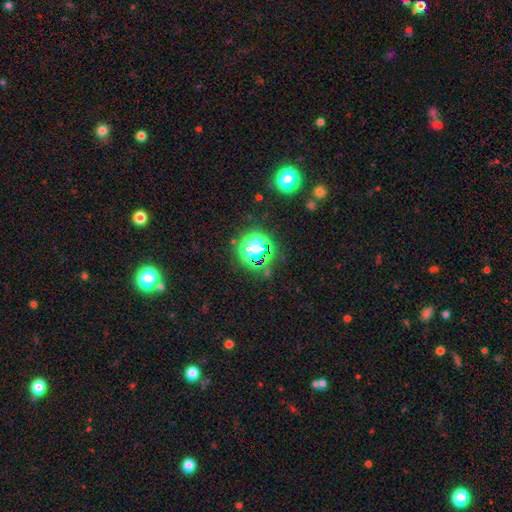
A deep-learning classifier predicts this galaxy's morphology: Smooth or featured?
  - star or artifact: 74% *
  - smooth: 18%
  - featured or disk: 8%